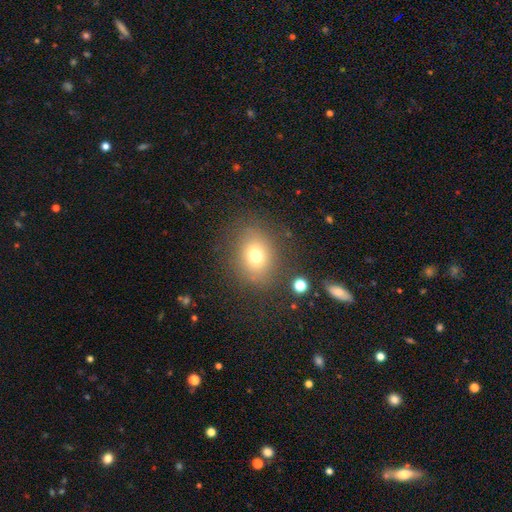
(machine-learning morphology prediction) A smooth galaxy with no disk features (71%) that is round (58%).

Vote fractions:
- Smooth or featured? smooth: 71% / star or artifact: 16% / featured or disk: 13%
- How rounded? round: 58% / in between: 41% / cigar-shaped: 1%
- Merging? none: 80% / minor disturbance: 12% / major disturbance: 6% / merger: 2%